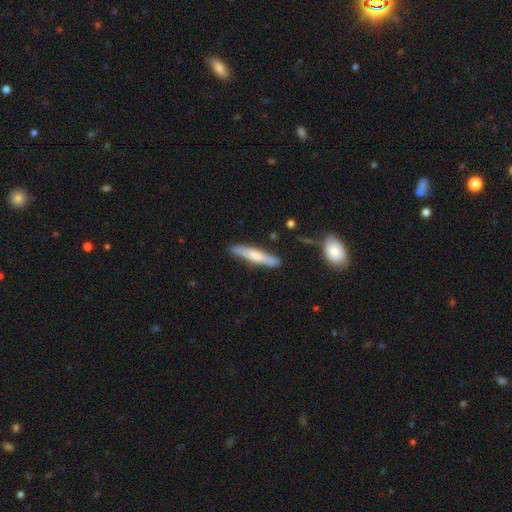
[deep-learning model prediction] This is possibly a smooth galaxy (55%). How rounded: clearly cigar-shaped (91%). Merging: clearly none (83%).